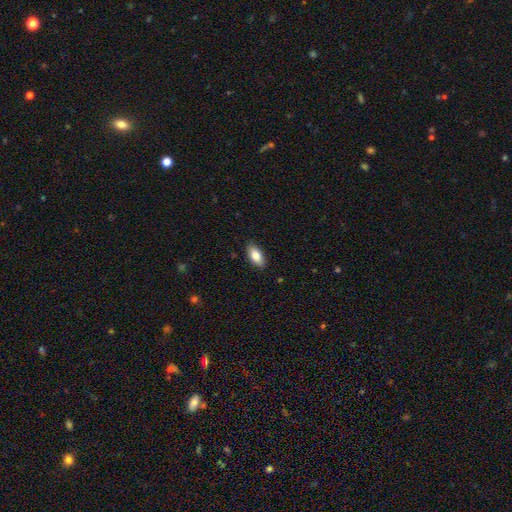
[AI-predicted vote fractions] smooth_or_featured: smooth (p=0.83) [alt: featured or disk p=0.11]
how_rounded: in between (p=0.90) [alt: cigar-shaped p=0.08]
merging: none (p=0.88) [alt: minor disturbance p=0.09]